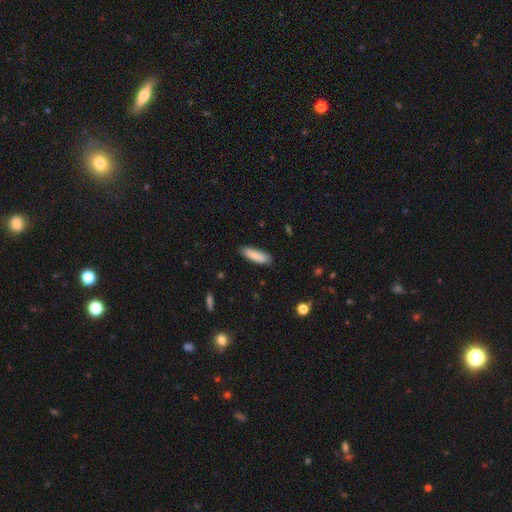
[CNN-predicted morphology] This appears to be a smooth galaxy with no disk features (87%) that is cigar-shaped (57%). Merging: none (86%).